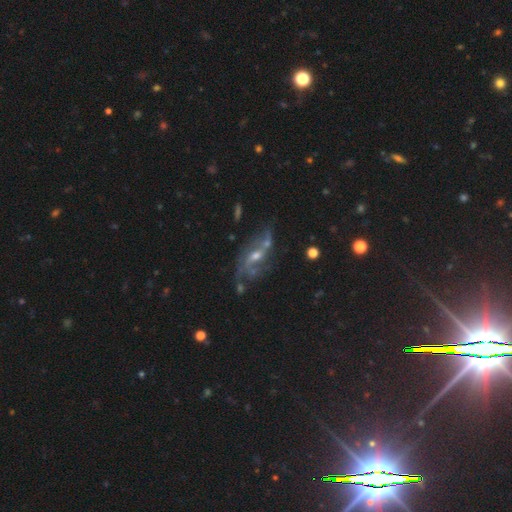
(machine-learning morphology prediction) A featured or disk galaxy (73%) with a weak bar (45%), 2 (52%) loose (47%) spiral arms (83%) and a moderate central bulge (48%). Merging: none (56%).